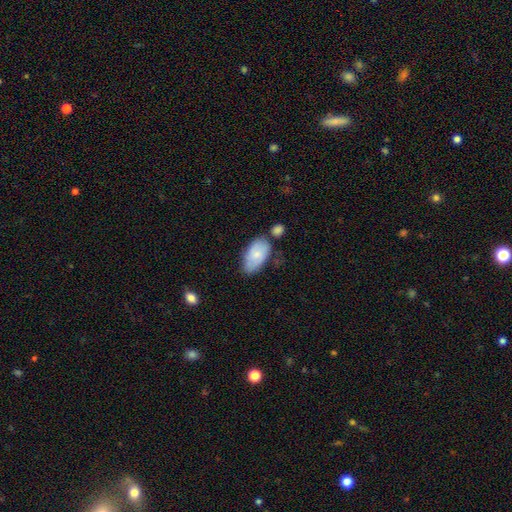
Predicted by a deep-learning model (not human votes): Overall: smooth (74%). How rounded: in between (94%). Merging: none (54%; minor disturbance 27%).